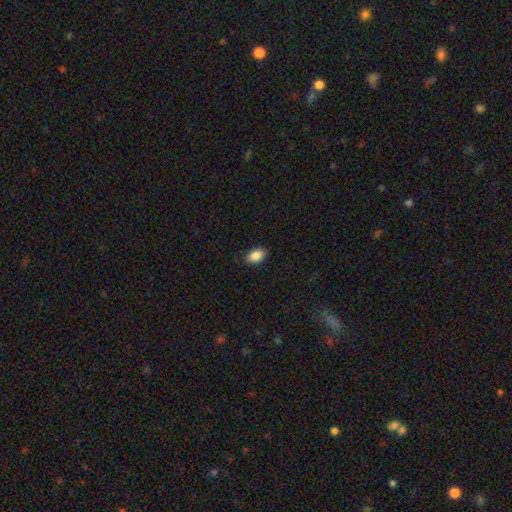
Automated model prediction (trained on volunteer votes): A smooth galaxy with no disk features (88%) that is in between round and cigar-shaped (92%). Merging: none (86%).